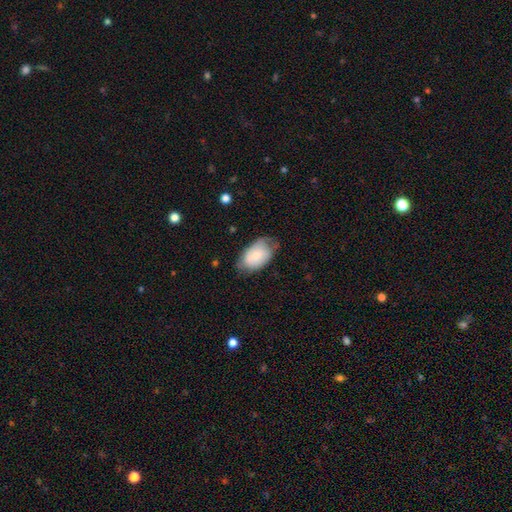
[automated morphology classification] smooth_or_featured: smooth (p=0.68) [alt: featured or disk p=0.26]
how_rounded: in between (p=0.91) [alt: round p=0.08]
merging: none (p=0.53) [alt: minor disturbance p=0.35]